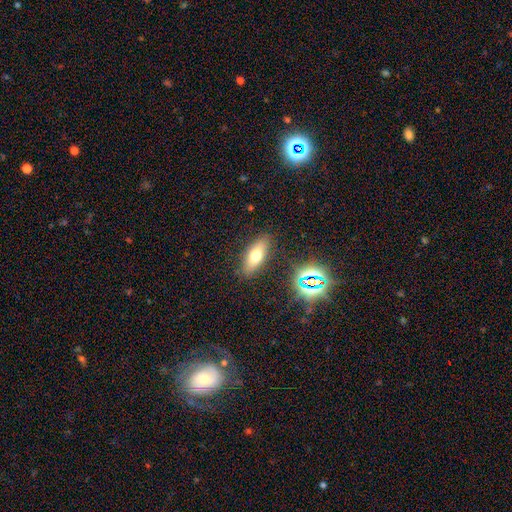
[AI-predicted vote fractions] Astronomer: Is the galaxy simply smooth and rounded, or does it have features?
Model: smooth — 63%.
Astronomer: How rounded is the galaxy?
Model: in between — 71%.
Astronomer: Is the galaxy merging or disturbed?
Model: none — 86%.